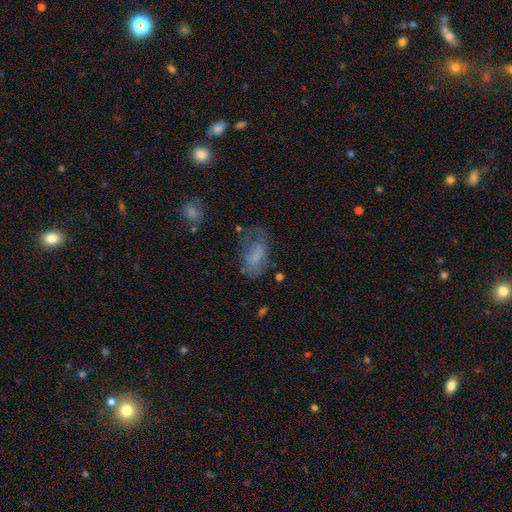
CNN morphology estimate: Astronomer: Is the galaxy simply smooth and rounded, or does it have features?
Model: smooth — 60%.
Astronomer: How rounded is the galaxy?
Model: in between — 89%.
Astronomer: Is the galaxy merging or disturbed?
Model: none — 46% (runner-up: minor disturbance, 27%).